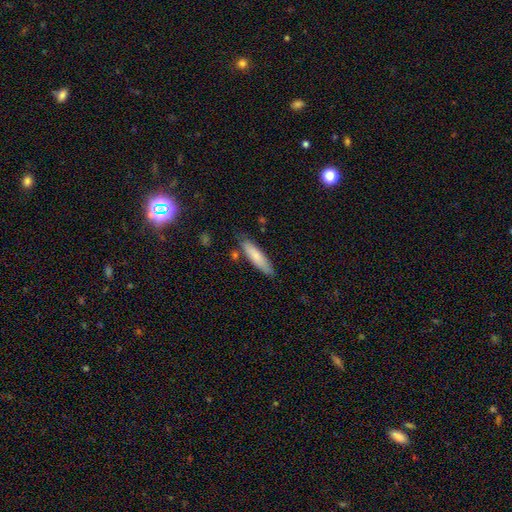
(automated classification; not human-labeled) Overall: smooth (77%). How rounded: cigar-shaped (69%; in between 29%). Merging: none (76%).